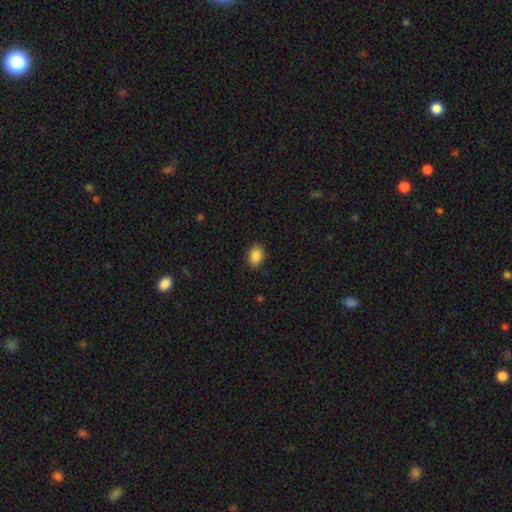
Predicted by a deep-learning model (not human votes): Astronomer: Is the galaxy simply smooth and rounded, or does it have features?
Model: smooth — 88%.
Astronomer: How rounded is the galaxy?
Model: in between — 81%.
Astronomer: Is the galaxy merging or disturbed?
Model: none — 88%.